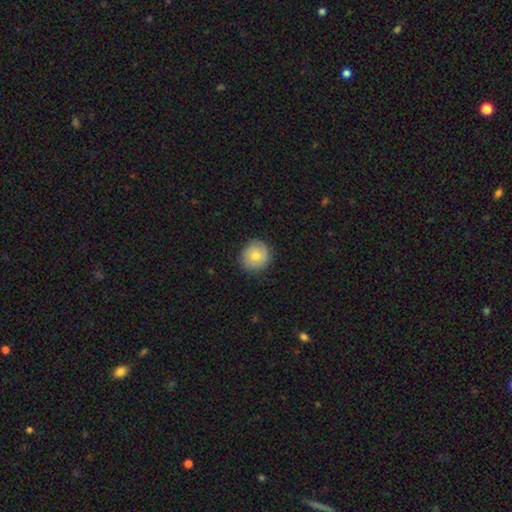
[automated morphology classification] type=smooth (74%); roundness=round (89%); merging=none (86%).